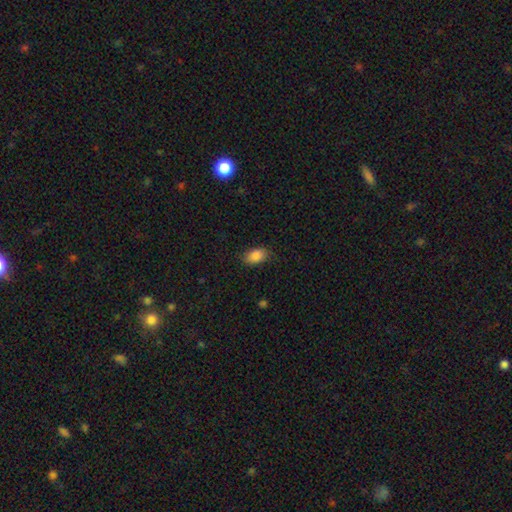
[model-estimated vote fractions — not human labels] smooth_or_featured: smooth (p=0.88) [alt: star or artifact p=0.08]
how_rounded: in between (p=0.90) [alt: round p=0.09]
merging: none (p=0.81) [alt: minor disturbance p=0.14]